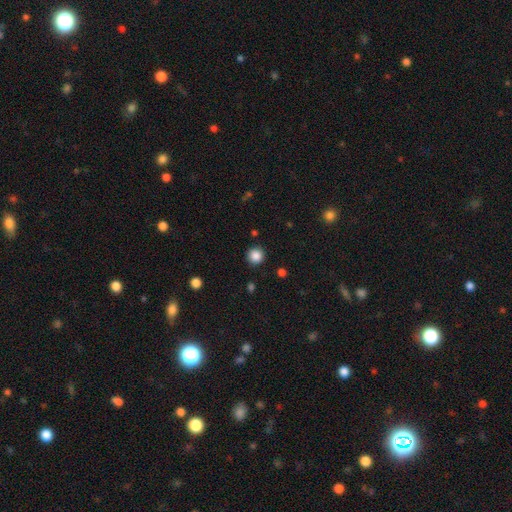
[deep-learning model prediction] smooth-or-featured: smooth: 86% | star or artifact: 10% | featured or disk: 3%
  how-rounded: round: 94% | in between: 5% | cigar-shaped: 1%
  merging: none: 91% | minor disturbance: 6% | major disturbance: 2% | merger: 1%